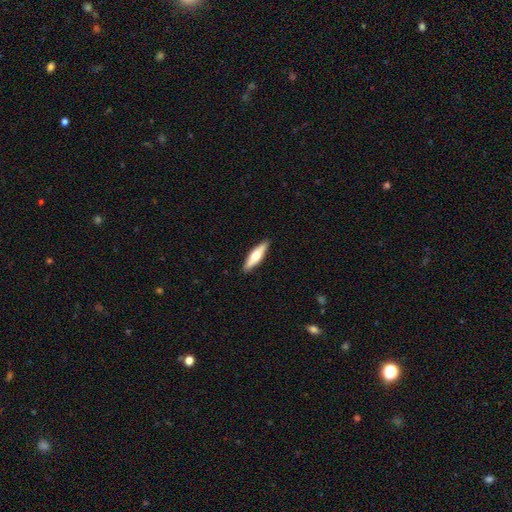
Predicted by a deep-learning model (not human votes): smooth 54%, featured or disk 41%, star or artifact 5%. Down the decision tree: how rounded — cigar-shaped (66%); merging — none (90%).